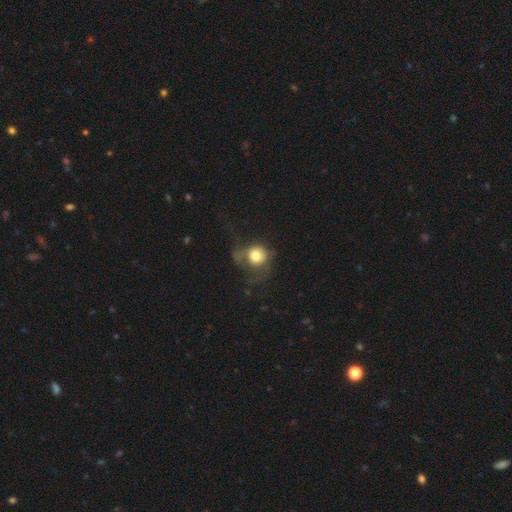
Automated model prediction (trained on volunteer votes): A smooth galaxy with no disk features (71%) that is round (81%).

Vote fractions:
- Smooth or featured? smooth: 71% / featured or disk: 20% / star or artifact: 10%
- How rounded? round: 81% / in between: 18% / cigar-shaped: 1%
- Merging? major disturbance: 44% / none: 30% / minor disturbance: 22% / merger: 4%